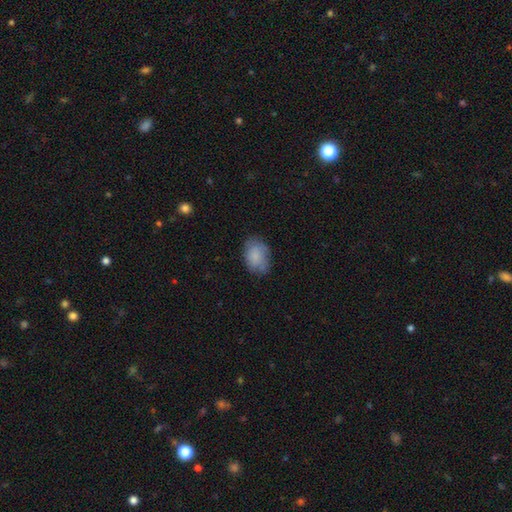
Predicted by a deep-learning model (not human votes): This appears to be a smooth galaxy with no disk features (78%) that is in between round and cigar-shaped (83%). Merging: none (69%).